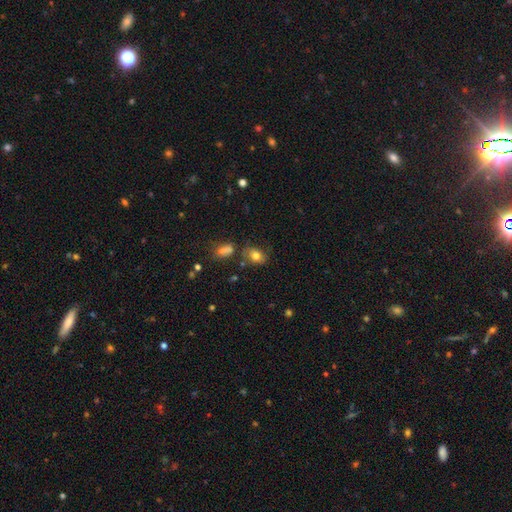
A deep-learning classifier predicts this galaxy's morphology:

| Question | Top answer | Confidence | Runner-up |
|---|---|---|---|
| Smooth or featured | smooth | 79% | featured or disk (11%) |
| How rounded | in between | 72% | round (26%) |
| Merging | none | 69% | minor disturbance (18%) |